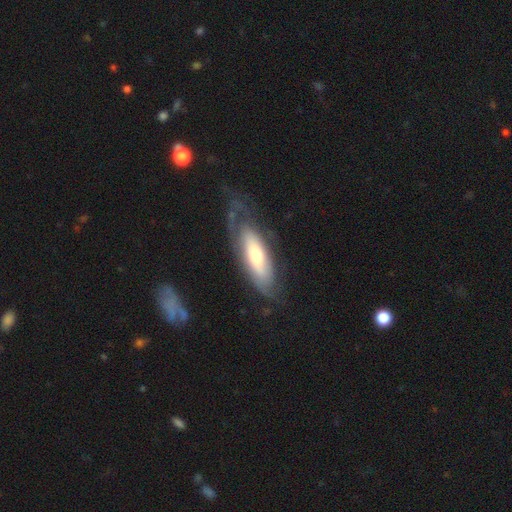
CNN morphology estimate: This appears to be a featured or disk galaxy (58%). Merging: none (50%).